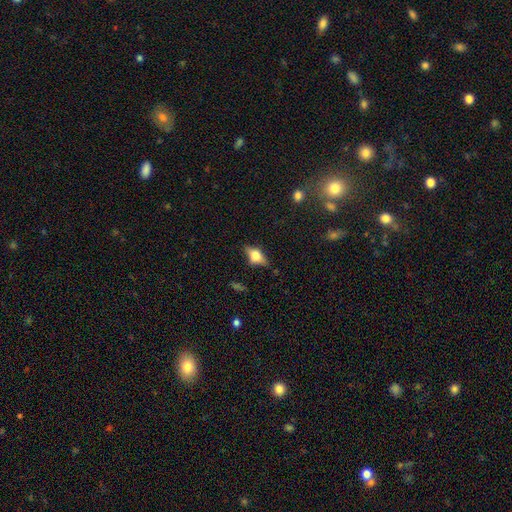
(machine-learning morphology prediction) smooth_or_featured: smooth (p=0.46) [alt: featured or disk p=0.44]
merging: none (p=0.75) [alt: minor disturbance p=0.18]